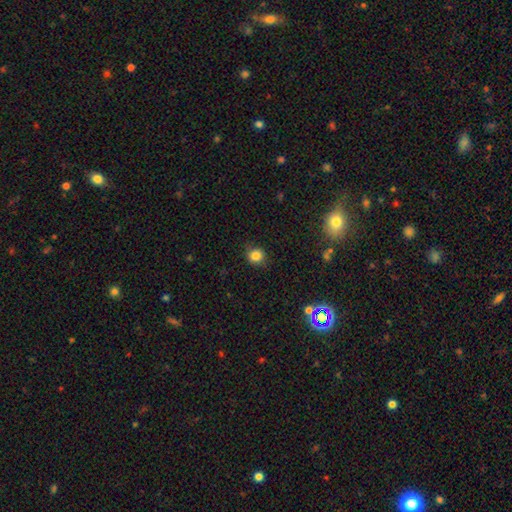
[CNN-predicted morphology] type=smooth (83%); roundness=round (85%); merging=none (81%).